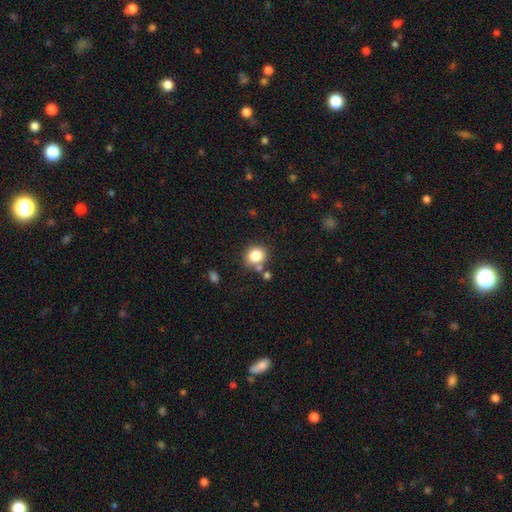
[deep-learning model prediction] Smooth or featured? Predicted: smooth (p=0.82). How rounded? Predicted: round (p=0.74). Merging? Predicted: none (p=0.73).